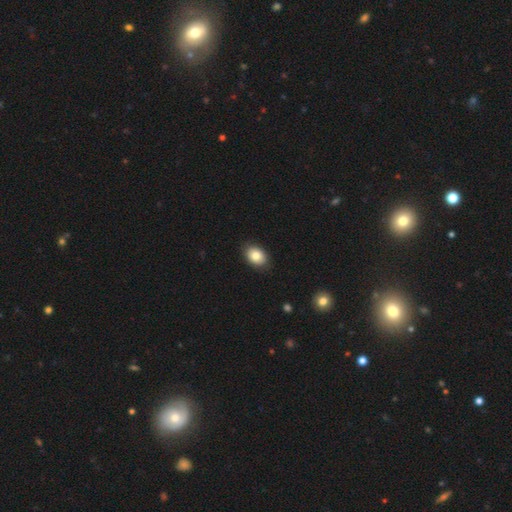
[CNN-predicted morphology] smooth-or-featured: smooth: 84% | featured or disk: 8% | star or artifact: 8%
  how-rounded: in between: 78% | round: 21% | cigar-shaped: 1%
  merging: none: 87% | minor disturbance: 10% | major disturbance: 2% | merger: 1%